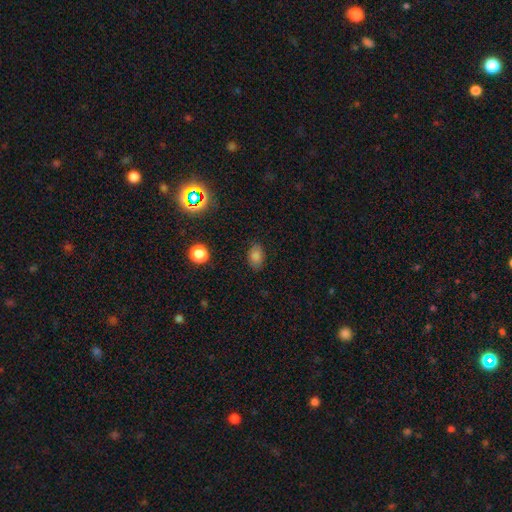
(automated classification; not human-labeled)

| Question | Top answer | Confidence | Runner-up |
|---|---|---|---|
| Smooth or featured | smooth | 80% | star or artifact (13%) |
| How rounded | in between | 81% | round (17%) |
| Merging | none | 82% | minor disturbance (13%) |